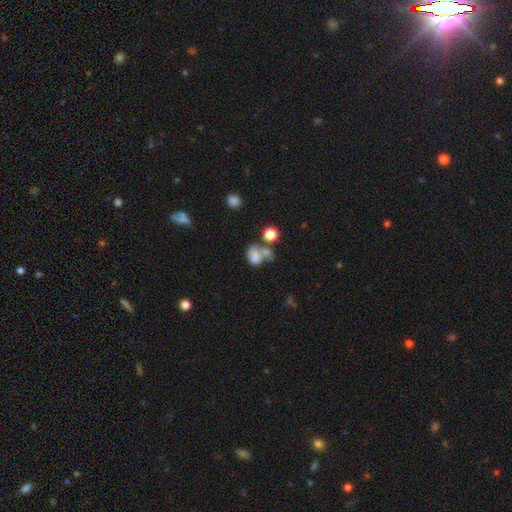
Smooth or featured: smooth — 85% (featured or disk — 13%)
How rounded: in between — 64% (round — 36%)
Merging: merger — 53% (none — 26%)